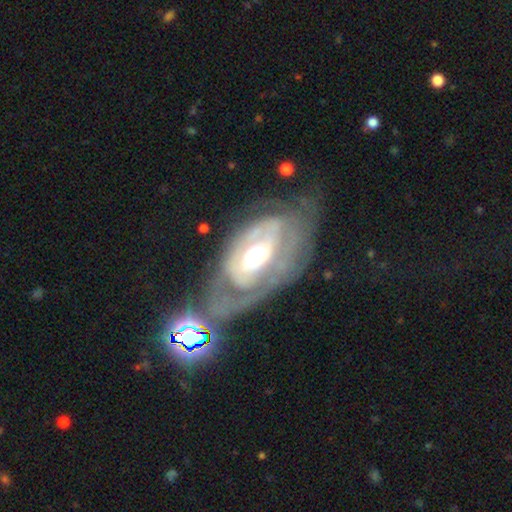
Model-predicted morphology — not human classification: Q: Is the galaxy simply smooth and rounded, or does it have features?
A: featured or disk — 81%.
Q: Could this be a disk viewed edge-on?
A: no — 94%.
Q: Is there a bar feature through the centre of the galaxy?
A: no — 52%.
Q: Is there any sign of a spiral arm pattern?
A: yes — 73%.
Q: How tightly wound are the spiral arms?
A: tight — 60%.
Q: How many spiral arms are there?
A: can't tell — 45%.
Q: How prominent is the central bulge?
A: moderate — 67%.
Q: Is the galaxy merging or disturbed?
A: none — 37%.